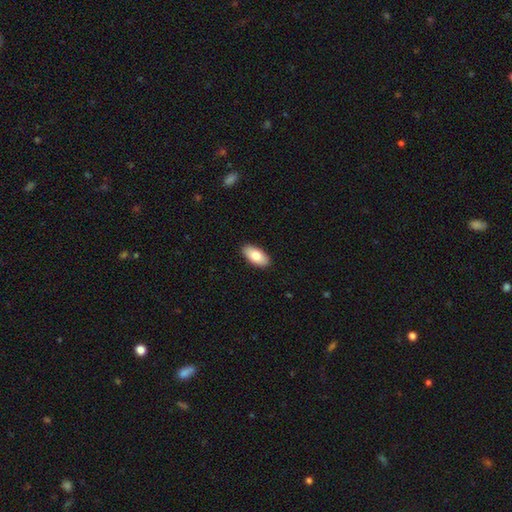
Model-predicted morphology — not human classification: smooth 83%, featured or disk 12%, star or artifact 6%. Down the decision tree: how rounded — in between (92%); merging — none (90%).